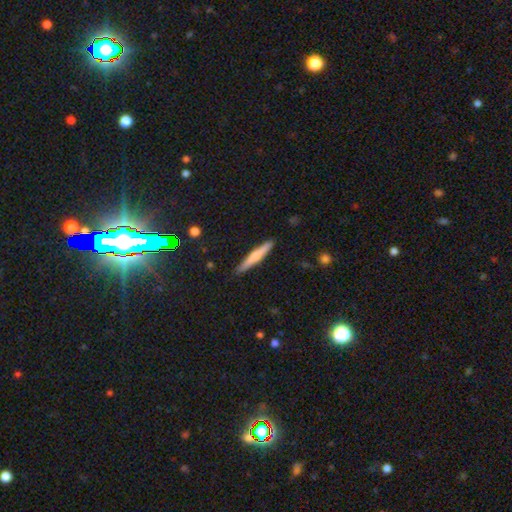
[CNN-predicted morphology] A smooth galaxy with no disk features (54%) that is cigar-shaped (94%).

Vote fractions:
- Smooth or featured? smooth: 54% / featured or disk: 41% / star or artifact: 6%
- How rounded? cigar-shaped: 94% / in between: 4% / round: 1%
- Merging? none: 89% / minor disturbance: 8% / major disturbance: 1% / merger: 1%